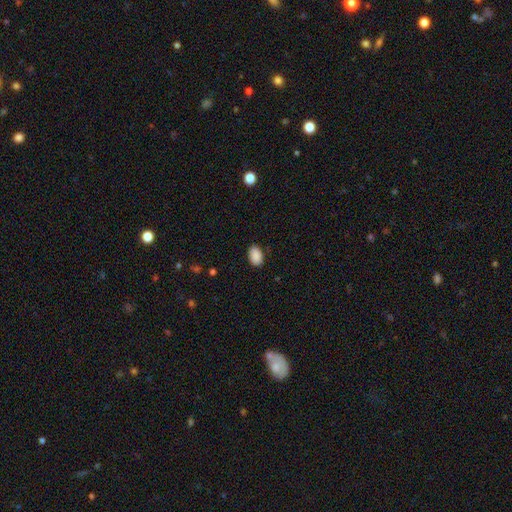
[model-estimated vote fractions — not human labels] This is clearly a smooth galaxy (90%). How rounded: clearly in between (89%). Merging: clearly none (86%).